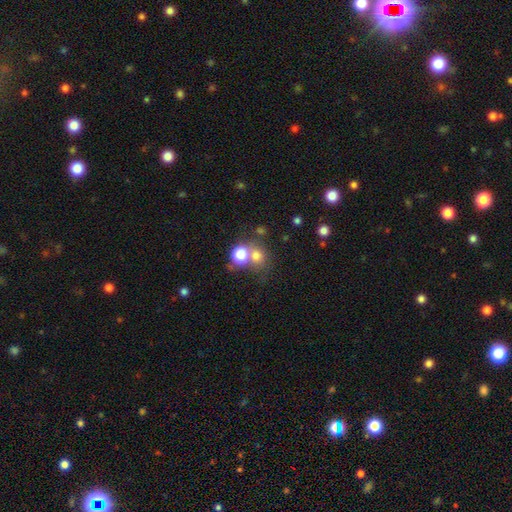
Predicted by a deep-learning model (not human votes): Smooth or featured? Predicted: smooth (p=0.71). How rounded? Predicted: round (p=0.79). Merging? Predicted: none (p=0.45).